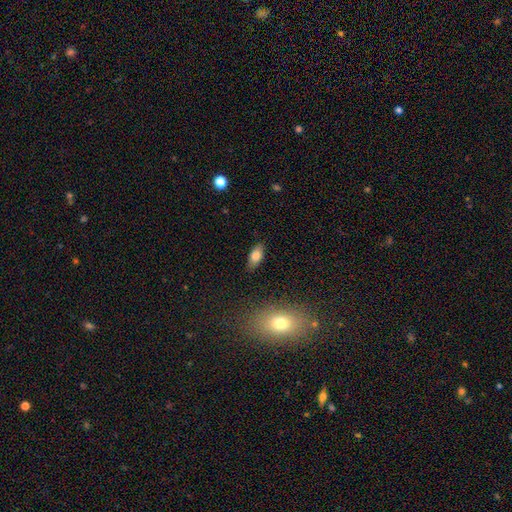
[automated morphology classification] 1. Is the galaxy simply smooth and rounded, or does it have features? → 78% smooth, 14% featured or disk, 8% star or artifact.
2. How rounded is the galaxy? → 86% in between, 10% cigar-shaped, 3% round.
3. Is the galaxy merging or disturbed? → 85% none, 11% minor disturbance, 2% major disturbance, 1% merger.